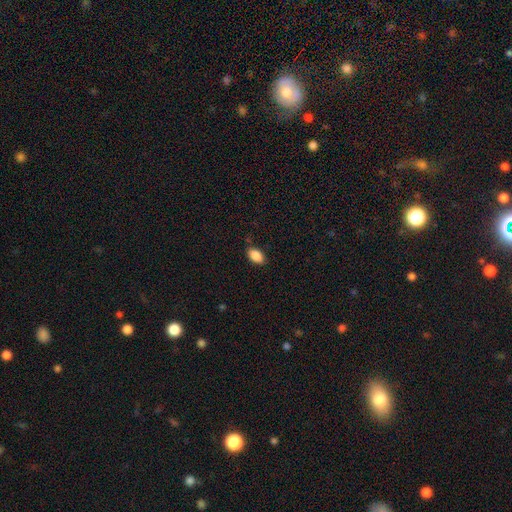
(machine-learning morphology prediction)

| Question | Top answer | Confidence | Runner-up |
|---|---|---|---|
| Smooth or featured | smooth | 88% | star or artifact (8%) |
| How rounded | in between | 92% | round (5%) |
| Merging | none | 84% | minor disturbance (12%) |